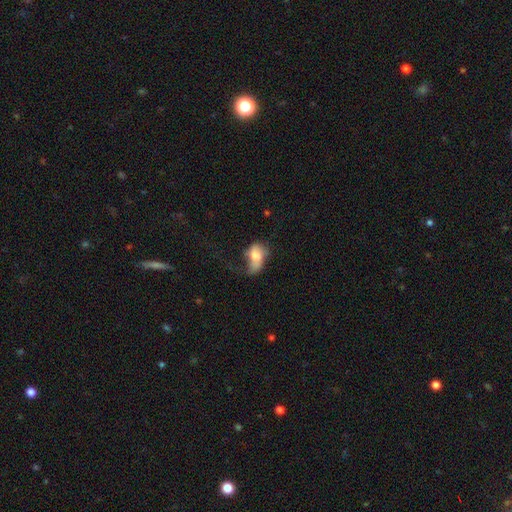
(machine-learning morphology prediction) The model was most divided on "merging": major disturbance: 47%, minor disturbance: 24%, none: 21%, merger: 8%. More confident: how rounded — in between (85%); smooth or featured — smooth (63%).